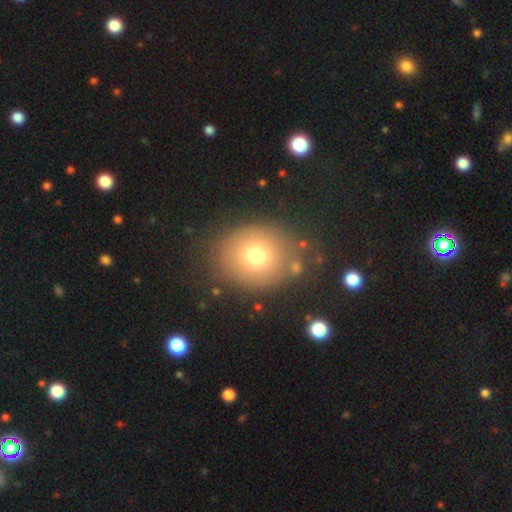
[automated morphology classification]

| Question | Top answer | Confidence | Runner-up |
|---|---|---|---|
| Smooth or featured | smooth | 72% | featured or disk (15%) |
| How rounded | round | 72% | in between (27%) |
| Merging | none | 77% | minor disturbance (13%) |